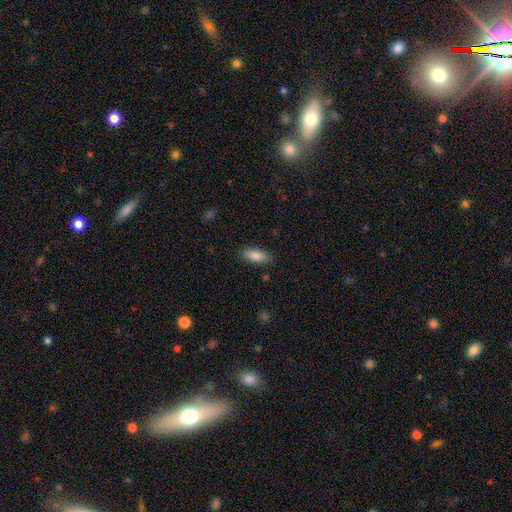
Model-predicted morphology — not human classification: Smooth or featured: smooth — 87% (featured or disk — 6%)
How rounded: in between — 81% (cigar-shaped — 17%)
Merging: none — 85% (minor disturbance — 11%)